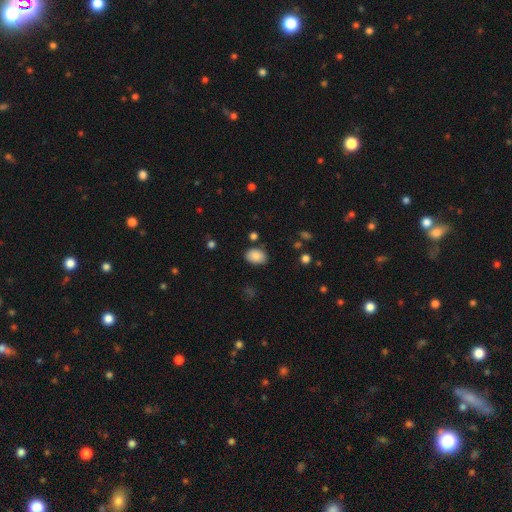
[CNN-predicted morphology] smooth 86%, star or artifact 8%, featured or disk 5%. Down the decision tree: how rounded — in between (80%); merging — none (82%).